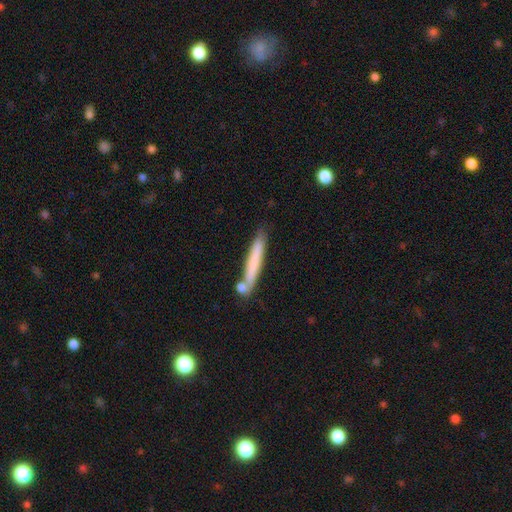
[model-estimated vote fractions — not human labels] Smooth or featured? Predicted: smooth (p=0.68). How rounded? Predicted: cigar-shaped (p=0.95). Merging? Predicted: none (p=0.74).